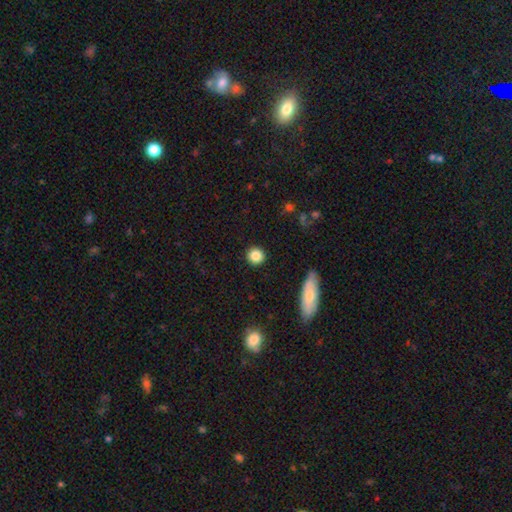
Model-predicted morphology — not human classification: smooth-or-featured: smooth: 85% | star or artifact: 9% | featured or disk: 6%
  how-rounded: round: 92% | in between: 7% | cigar-shaped: 1%
  merging: none: 91% | minor disturbance: 6% | major disturbance: 2% | merger: 1%